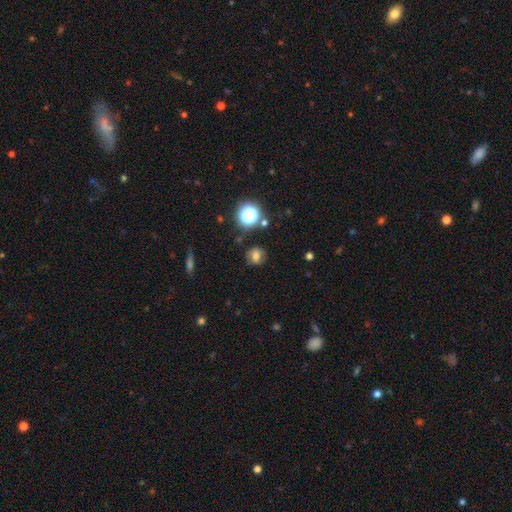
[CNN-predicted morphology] Smooth or featured?
  - smooth: 67% *
  - star or artifact: 18%
  - featured or disk: 15%
How rounded?
  - round: 70% *
  - in between: 28%
  - cigar-shaped: 1%
Merging?
  - none: 77% *
  - minor disturbance: 15%
  - major disturbance: 5%
  - merger: 3%